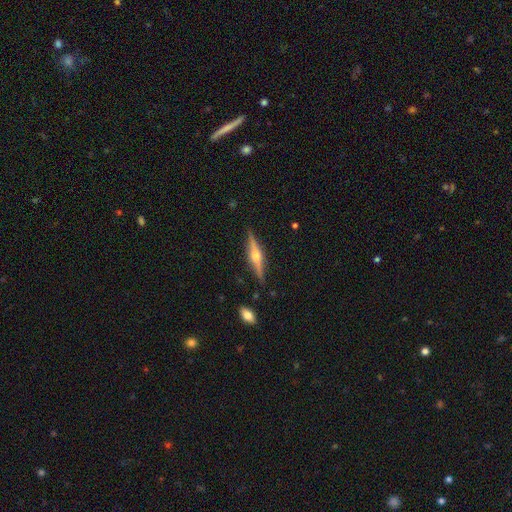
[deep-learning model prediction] Smooth or featured? Predicted: featured or disk (p=0.77). Edge-on disk? Predicted: yes (p=0.98). Edge-on bulge? Predicted: rounded (p=0.91). Merging? Predicted: none (p=0.88).